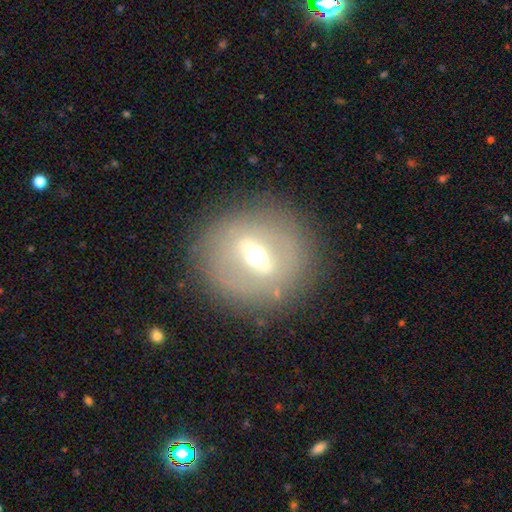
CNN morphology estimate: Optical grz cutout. It shows a featured or disk galaxy (67%). Merging: none (82%).